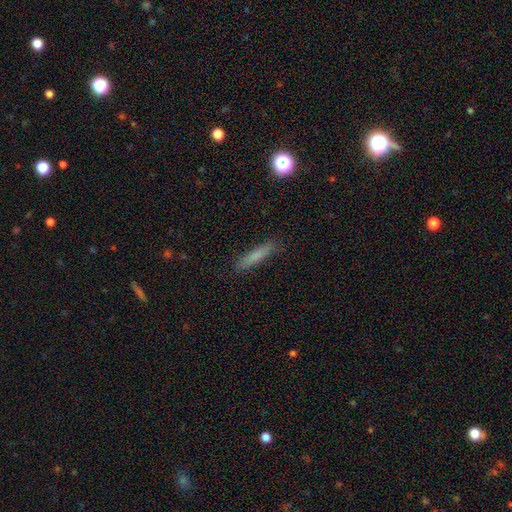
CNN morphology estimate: smooth-or-featured: smooth: 74% | featured or disk: 16% | star or artifact: 9%
  how-rounded: cigar-shaped: 88% | in between: 10% | round: 2%
  merging: none: 87% | minor disturbance: 9% | major disturbance: 2% | merger: 1%